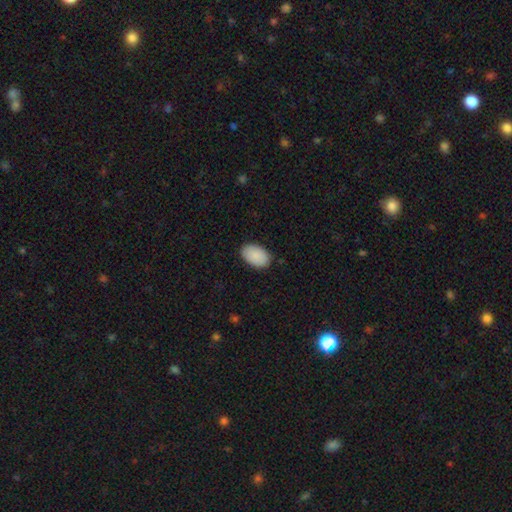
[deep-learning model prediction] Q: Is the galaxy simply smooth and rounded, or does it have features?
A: smooth — 89%.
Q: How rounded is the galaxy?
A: in between — 93%.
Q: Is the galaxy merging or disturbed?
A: none — 87%.